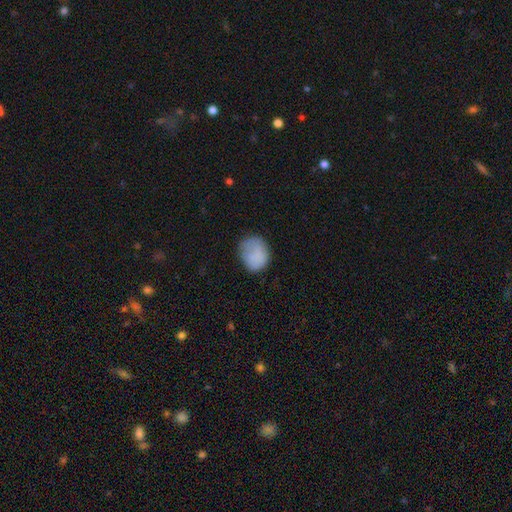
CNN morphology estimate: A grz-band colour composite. It shows a smooth galaxy with no disk features (81%) that is round (61%). Merging: none (57%).